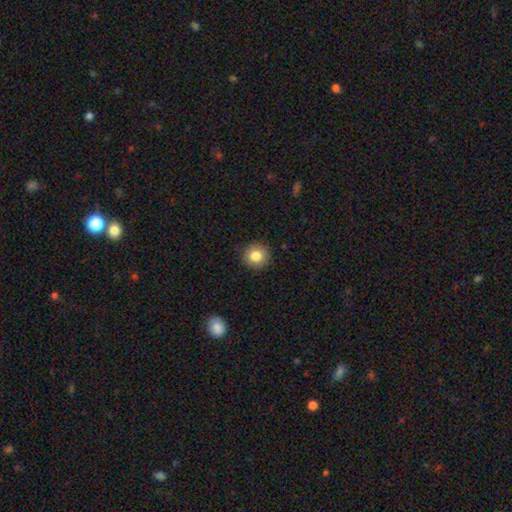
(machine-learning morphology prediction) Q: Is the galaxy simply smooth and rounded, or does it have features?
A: smooth — 83%.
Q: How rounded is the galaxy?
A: round — 93%.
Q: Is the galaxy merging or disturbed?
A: none — 91%.